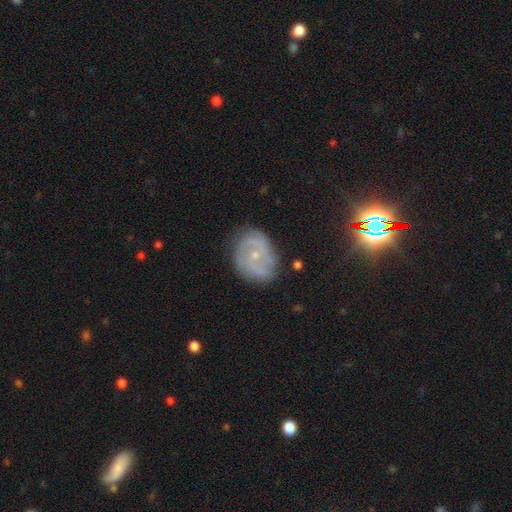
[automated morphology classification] Smooth or featured: featured or disk — 73% (smooth — 17%)
Edge-on disk: no — 97% (yes — 3%)
Bar: no — 66% (weak — 28%)
Spiral arms: yes — 89% (no — 11%)
Spiral winding: tight — 44% (medium — 41%)
Spiral arm count: 2 — 51% (can't tell — 25%)
Bulge size: small — 77% (moderate — 18%)
Merging: none — 76% (minor disturbance — 17%)